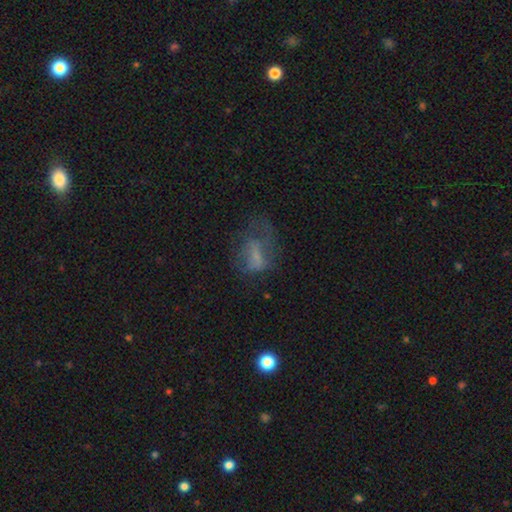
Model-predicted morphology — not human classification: A smooth galaxy with no disk features (45%). Merging: major disturbance (42%).